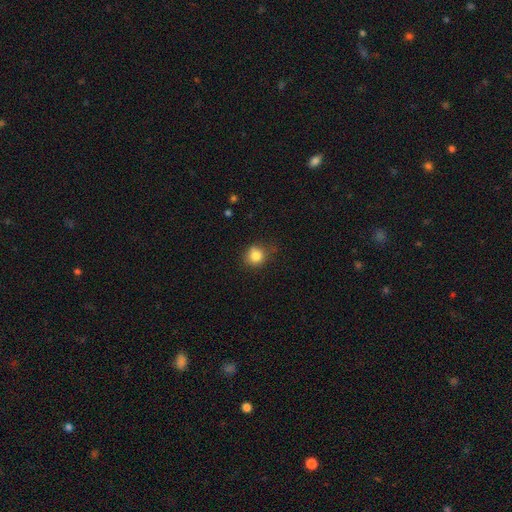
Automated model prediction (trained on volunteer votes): The model was most divided on "merging": none: 70%, minor disturbance: 21%, major disturbance: 5%, merger: 3%. More confident: how rounded — round (82%); smooth or featured — smooth (82%).